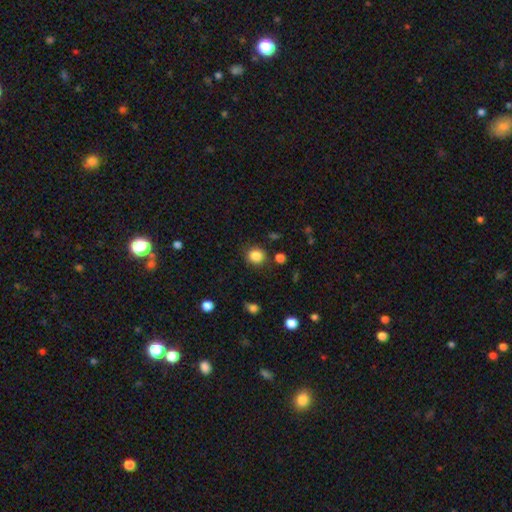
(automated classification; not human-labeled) Overall: smooth (86%). How rounded: round (85%). Merging: none (84%).